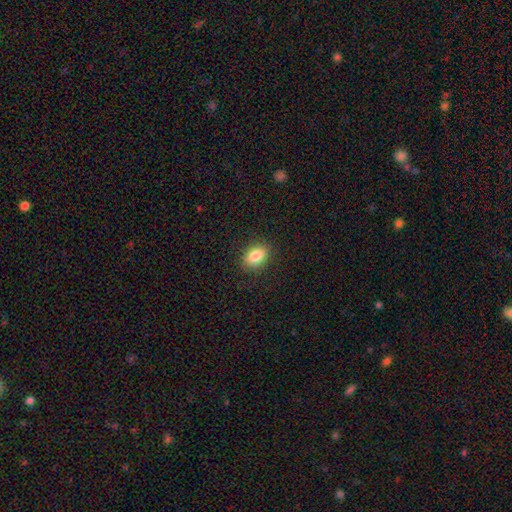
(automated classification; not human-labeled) Smooth or featured?
  - smooth: 85% *
  - star or artifact: 9%
  - featured or disk: 7%
How rounded?
  - in between: 81% *
  - round: 18%
  - cigar-shaped: 2%
Merging?
  - none: 87% *
  - minor disturbance: 9%
  - major disturbance: 3%
  - merger: 1%